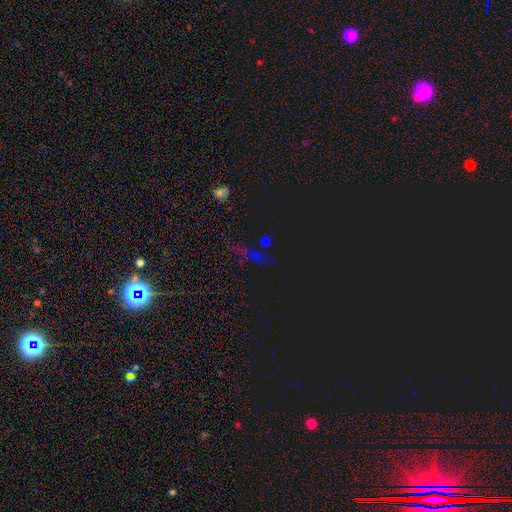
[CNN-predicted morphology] Q: Smooth or featured?
A: star or artifact (74%); runner-up: smooth (17%)